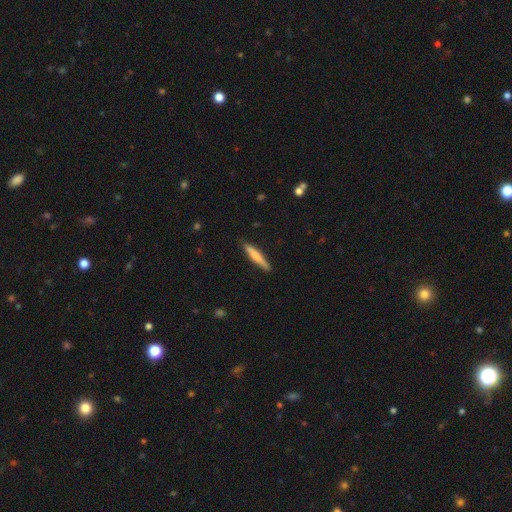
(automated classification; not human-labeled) smooth-or-featured: smooth: 71% | featured or disk: 23% | star or artifact: 5%
  how-rounded: cigar-shaped: 93% | in between: 6% | round: 1%
  merging: none: 89% | minor disturbance: 9% | major disturbance: 2% | merger: 1%